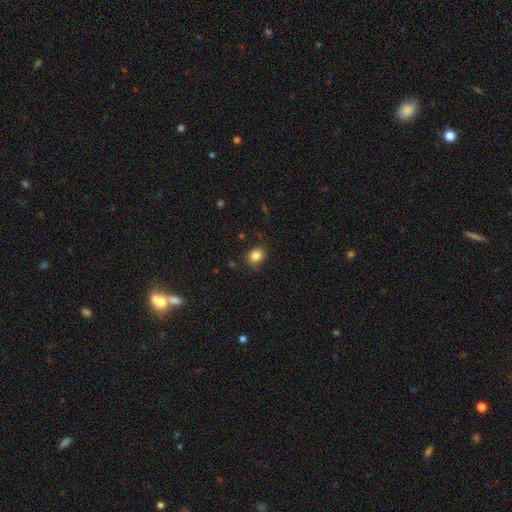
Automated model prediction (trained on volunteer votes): The model was most divided on "how rounded": round: 57%, in between: 42%, cigar-shaped: 1%. More confident: merging — none (86%); smooth or featured — smooth (85%).